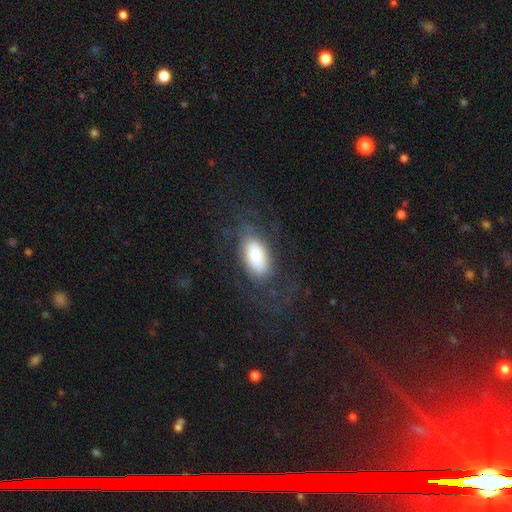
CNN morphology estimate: The model was most divided on "smooth or featured": smooth: 58%, featured or disk: 34%, star or artifact: 9%. More confident: how rounded — in between (91%); merging — none (62%).